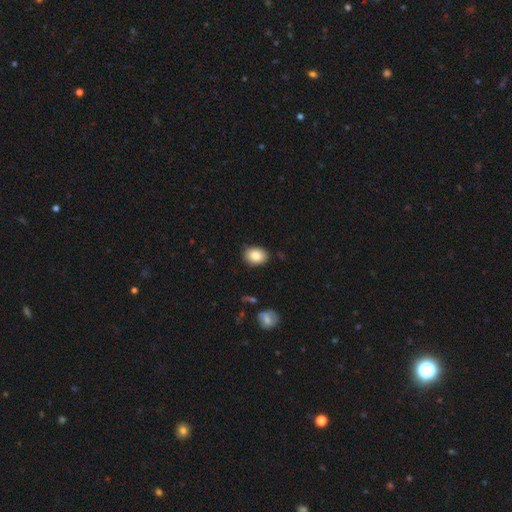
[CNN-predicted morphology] Smooth or featured? Predicted: smooth (p=0.86). How rounded? Predicted: in between (p=0.68). Merging? Predicted: none (p=0.82).